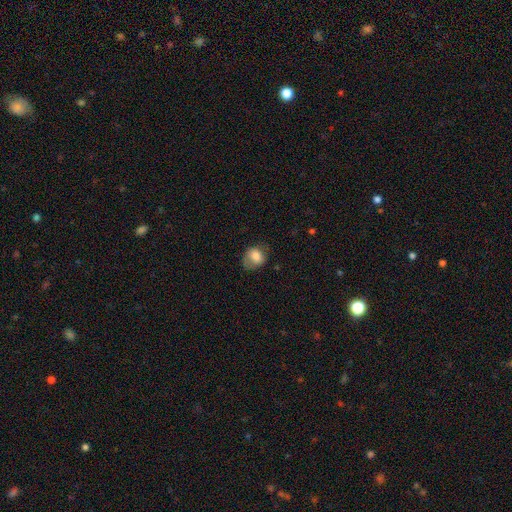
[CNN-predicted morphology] The model was most divided on "how rounded": round: 52%, in between: 47%, cigar-shaped: 1%. More confident: smooth or featured — smooth (76%); merging — none (52%).